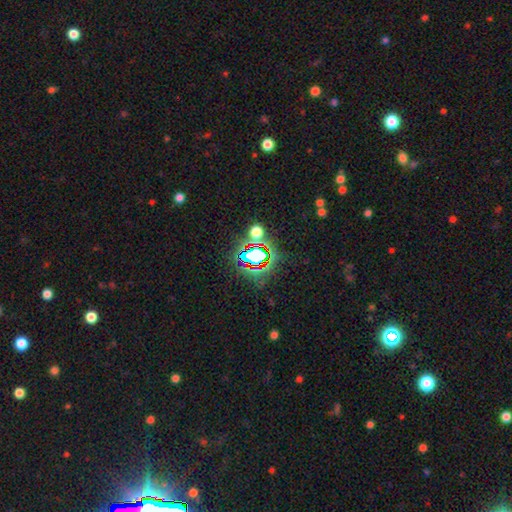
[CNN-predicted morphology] Smooth or featured?
  - star or artifact: 68% *
  - smooth: 21%
  - featured or disk: 11%